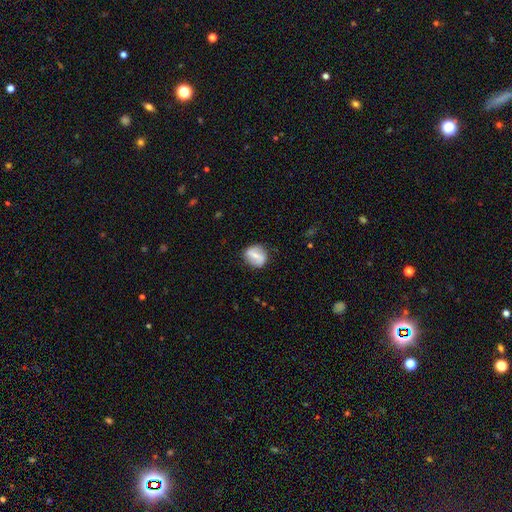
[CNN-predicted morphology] Smooth or featured: featured or disk — 49% (smooth — 43%)
Merging: none — 81% (minor disturbance — 14%)